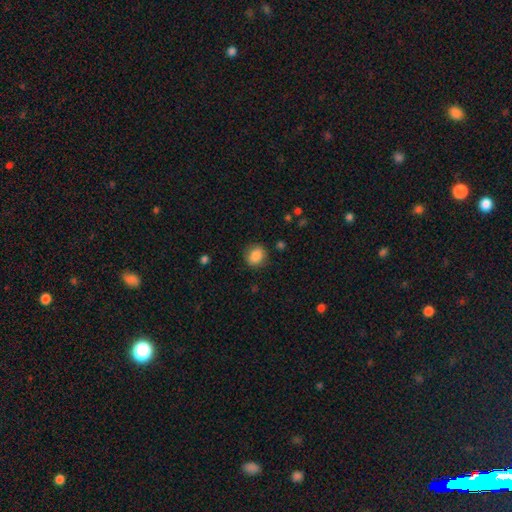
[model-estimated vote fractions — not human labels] Q: Smooth or featured?
A: smooth (86%); runner-up: star or artifact (9%)
Q: How rounded?
A: round (69%); runner-up: in between (30%)
Q: Merging?
A: none (84%); runner-up: minor disturbance (12%)